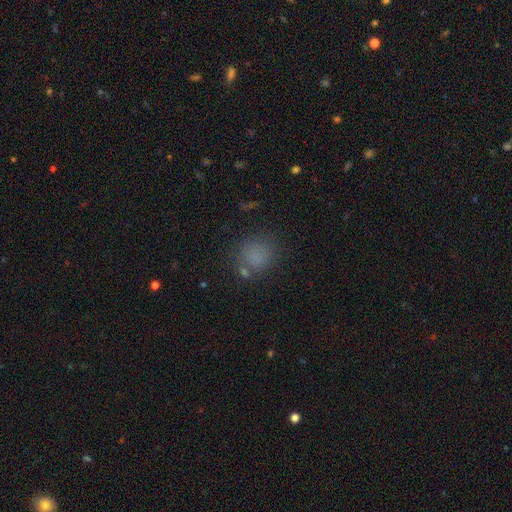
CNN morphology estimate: Smooth or featured: smooth — 76% (star or artifact — 18%)
How rounded: round — 81% (in between — 17%)
Merging: none — 75% (minor disturbance — 13%)